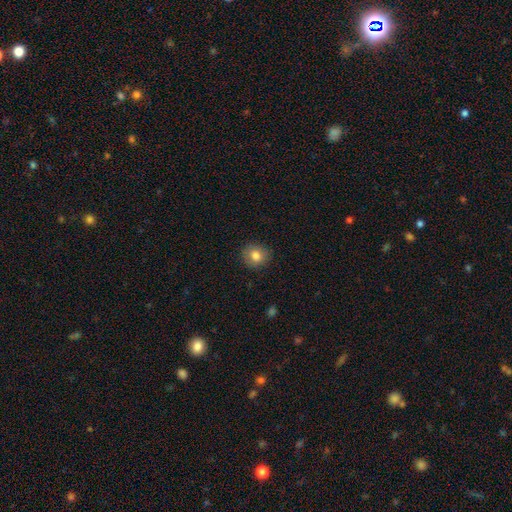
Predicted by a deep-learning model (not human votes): The model was most divided on "how rounded": round: 80%, in between: 19%, cigar-shaped: 1%. More confident: merging — none (87%); smooth or featured — smooth (82%).